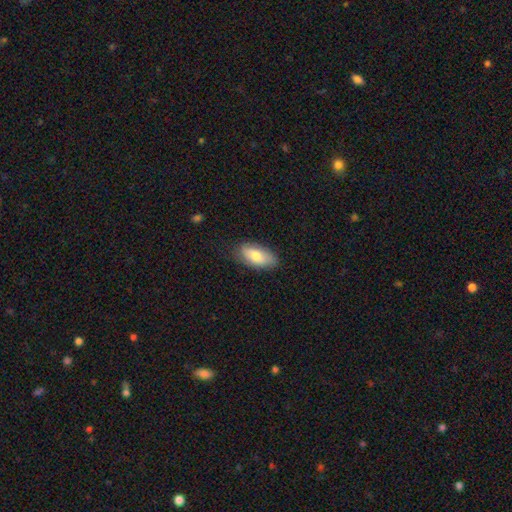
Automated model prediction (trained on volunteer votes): smooth_or_featured: smooth (p=0.76) [alt: featured or disk p=0.18]
how_rounded: in between (p=0.89) [alt: cigar-shaped p=0.08]
merging: none (p=0.77) [alt: minor disturbance p=0.18]